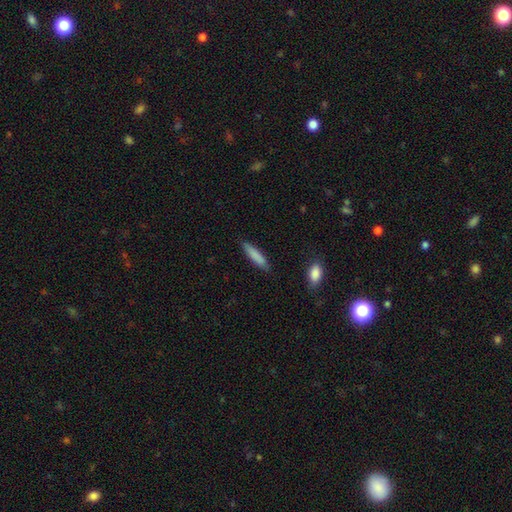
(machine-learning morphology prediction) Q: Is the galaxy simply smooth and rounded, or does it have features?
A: smooth — 83%.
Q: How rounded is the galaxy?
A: cigar-shaped — 82%.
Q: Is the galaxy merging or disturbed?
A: none — 84%.